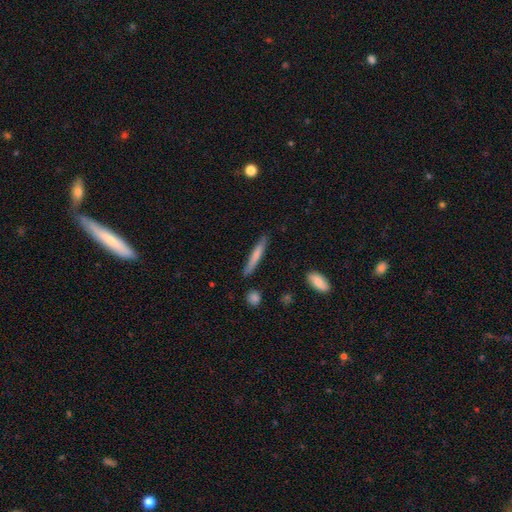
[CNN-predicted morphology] The model was most divided on "smooth or featured": smooth: 69%, featured or disk: 26%, star or artifact: 6%. More confident: how rounded — cigar-shaped (94%); merging — none (84%).